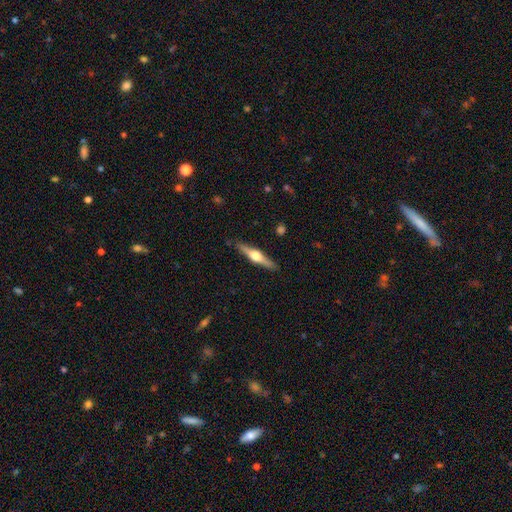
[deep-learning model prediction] Smooth or featured?
  - featured or disk: 69% *
  - smooth: 25%
  - star or artifact: 5%
Edge-on disk?
  - yes: 98% *
  - no: 2%
Edge-on bulge?
  - rounded: 95% *
  - boxy: 3%
  - none: 2%
Merging?
  - none: 89% *
  - minor disturbance: 8%
  - major disturbance: 2%
  - merger: 1%